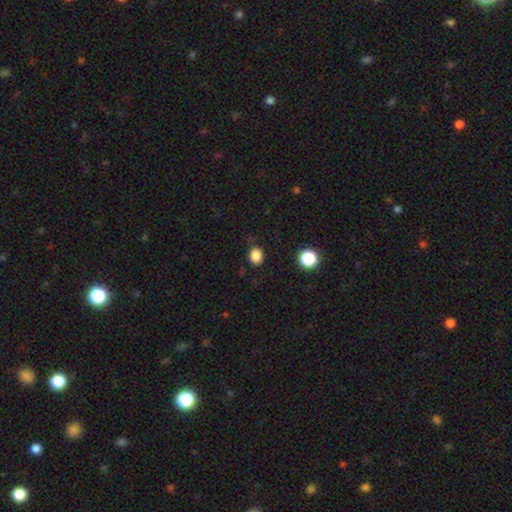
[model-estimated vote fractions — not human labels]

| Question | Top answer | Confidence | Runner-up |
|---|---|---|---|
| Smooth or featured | smooth | 85% | star or artifact (12%) |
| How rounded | round | 58% | in between (42%) |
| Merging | none | 82% | minor disturbance (13%) |